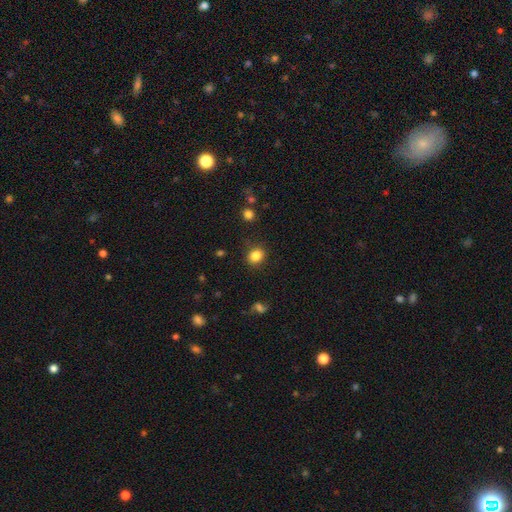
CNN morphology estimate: Smooth or featured? smooth (84%)
How rounded? round (63%)
Merging? none (84%)